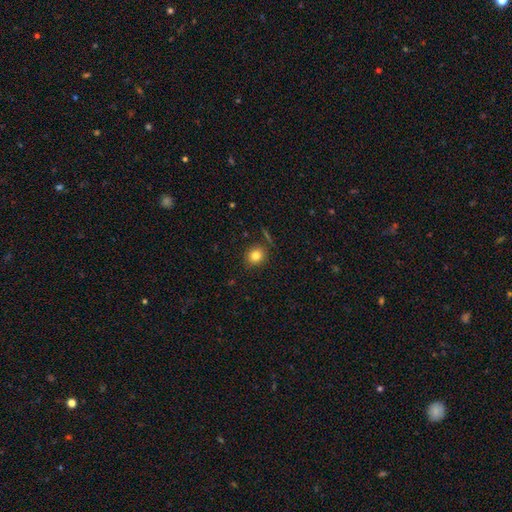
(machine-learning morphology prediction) type=smooth (81%); roundness=round (75%); merging=none (85%).